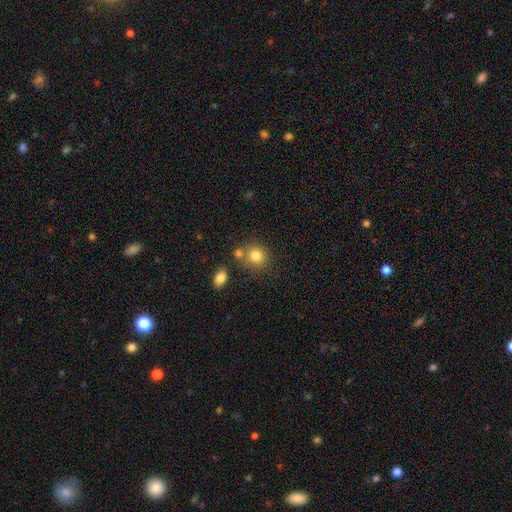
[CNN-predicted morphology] A smooth galaxy with no disk features (82%) that is round (82%). Merging: none (67%).